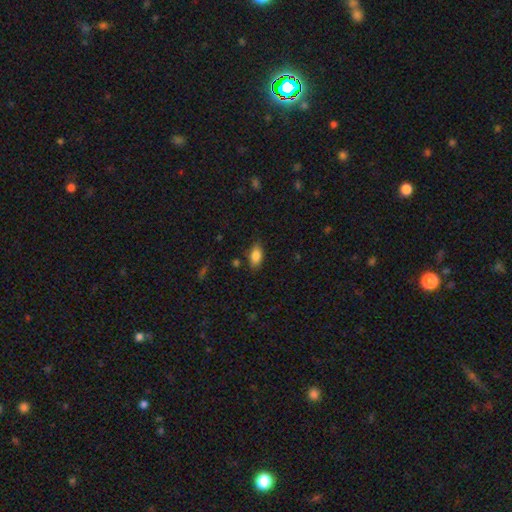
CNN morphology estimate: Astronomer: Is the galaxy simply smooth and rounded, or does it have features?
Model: smooth — 84%.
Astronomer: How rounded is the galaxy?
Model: in between — 89%.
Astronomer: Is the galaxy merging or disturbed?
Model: none — 80%.